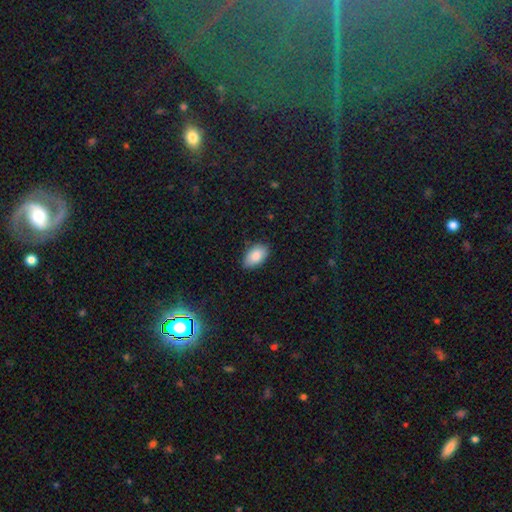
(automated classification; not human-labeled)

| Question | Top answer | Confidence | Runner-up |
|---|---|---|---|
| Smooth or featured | smooth | 87% | star or artifact (7%) |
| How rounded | in between | 92% | round (6%) |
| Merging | none | 81% | minor disturbance (15%) |